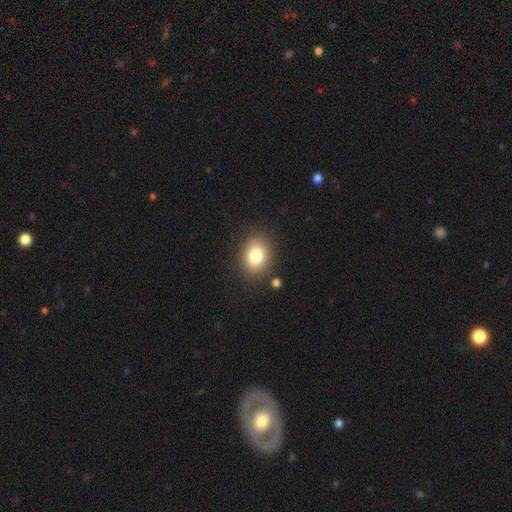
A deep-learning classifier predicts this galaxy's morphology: Overall: smooth (80%). How rounded: in between (50%; round 49%). Merging: none (85%).